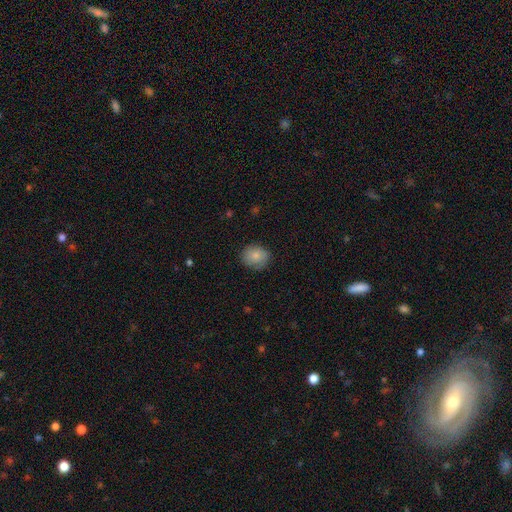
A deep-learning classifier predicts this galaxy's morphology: type=smooth (83%); roundness=round (73%); merging=none (79%).